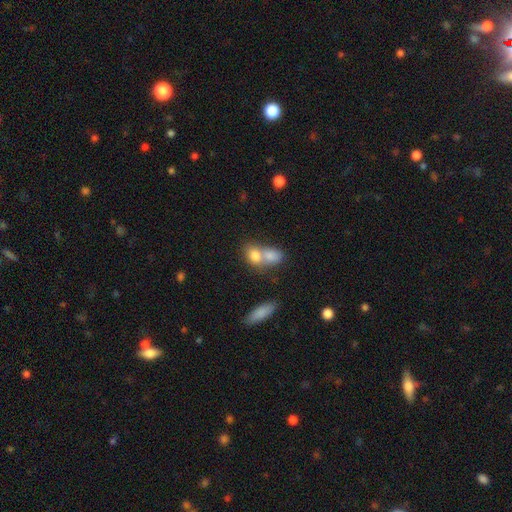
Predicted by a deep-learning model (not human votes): This appears to be a smooth galaxy with no disk features (79%) that is in between round and cigar-shaped (63%). Merging: merger (66%).